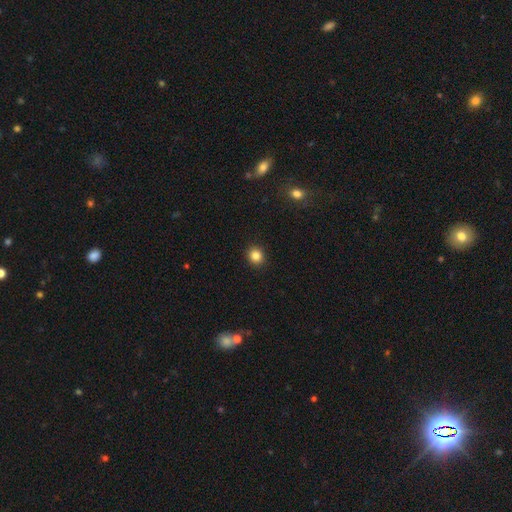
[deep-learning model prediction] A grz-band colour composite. It shows a smooth galaxy with no disk features (85%) that is round (80%). Merging: none (92%).